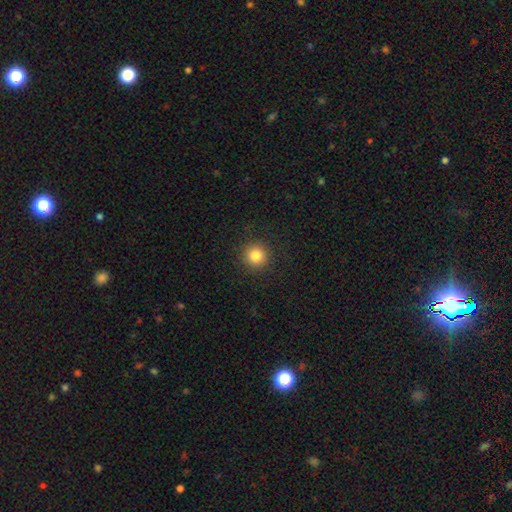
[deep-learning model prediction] A smooth galaxy with no disk features (83%) that is round (95%). Merging: none (92%).